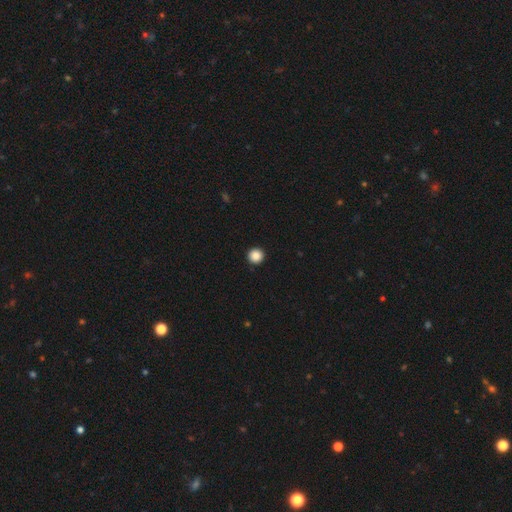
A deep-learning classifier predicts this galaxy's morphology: This is clearly a smooth galaxy (88%). How rounded: clearly round (96%). Merging: clearly none (94%).